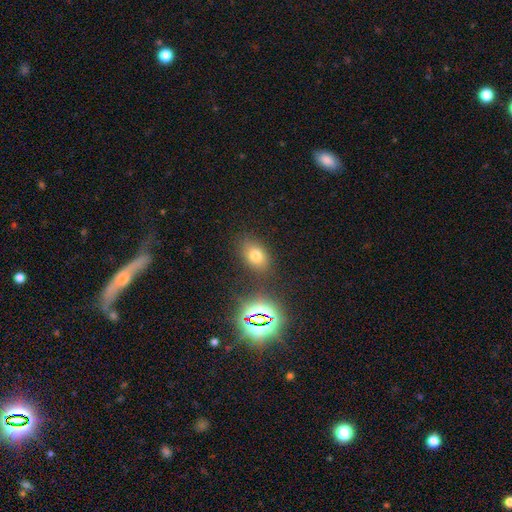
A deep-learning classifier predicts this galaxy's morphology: smooth 69%, star or artifact 20%, featured or disk 11%. Down the decision tree: how rounded — in between (73%); merging — none (79%).